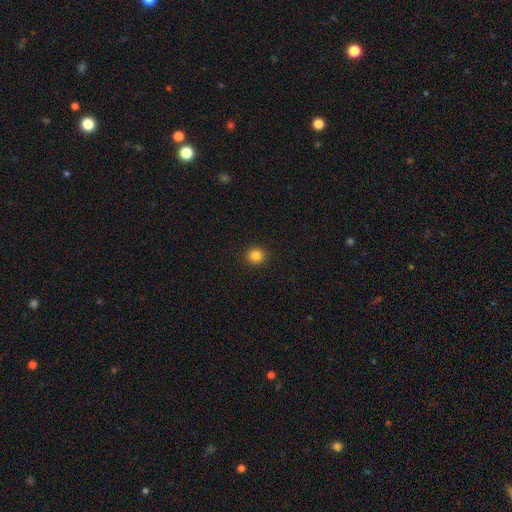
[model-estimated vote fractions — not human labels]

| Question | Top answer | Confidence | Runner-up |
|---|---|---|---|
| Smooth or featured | smooth | 84% | star or artifact (12%) |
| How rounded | round | 93% | in between (6%) |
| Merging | none | 93% | minor disturbance (4%) |